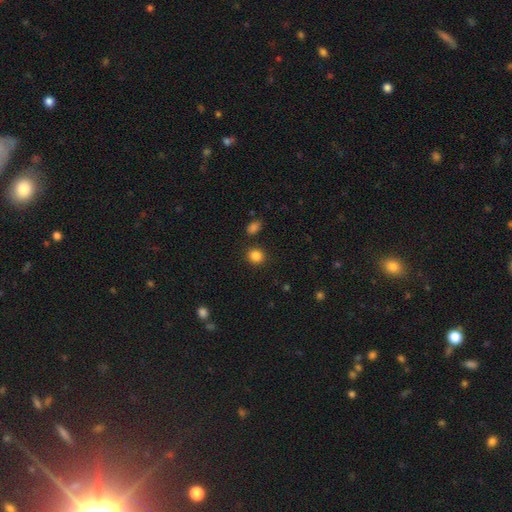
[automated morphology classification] type=smooth (85%); roundness=round (80%); merging=none (87%).